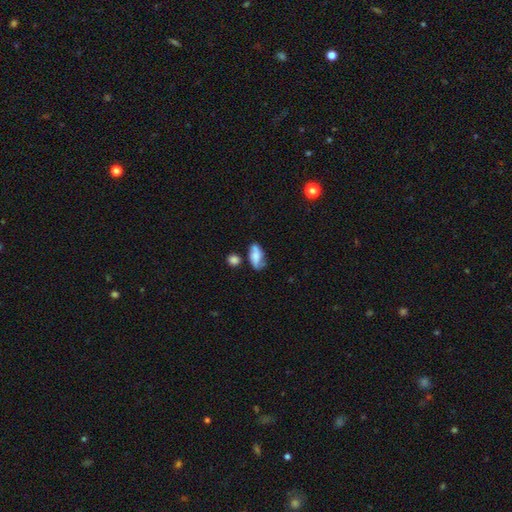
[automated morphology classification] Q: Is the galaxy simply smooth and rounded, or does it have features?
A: smooth — 57%.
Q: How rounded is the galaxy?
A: in between — 85%.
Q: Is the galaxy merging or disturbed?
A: none — 51%.